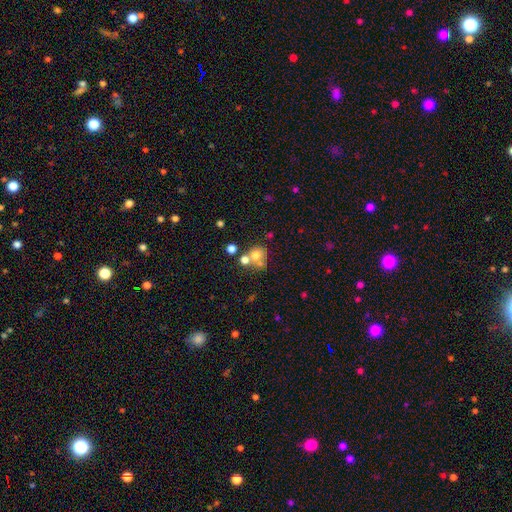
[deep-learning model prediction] Overall: smooth (68%). How rounded: round (78%). Merging: none (42%; merger 40%).